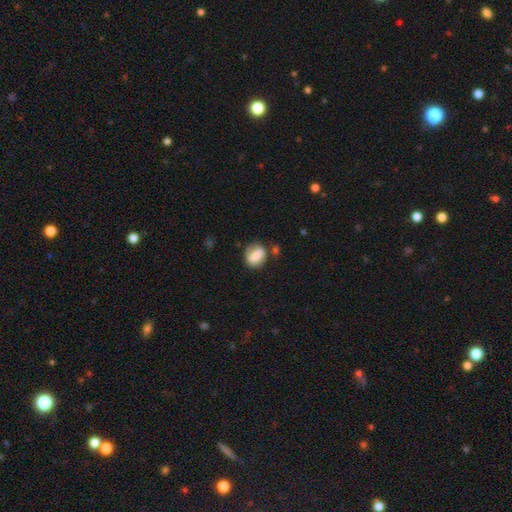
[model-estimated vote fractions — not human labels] smooth-or-featured: smooth: 68% | featured or disk: 24% | star or artifact: 8%
  how-rounded: round: 59% | in between: 39% | cigar-shaped: 1%
  merging: none: 58% | minor disturbance: 24% | major disturbance: 9% | merger: 9%